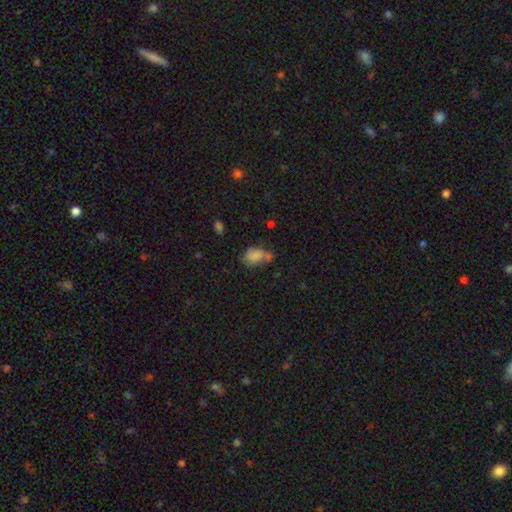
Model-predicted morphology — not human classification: Smooth or featured? Predicted: smooth (p=0.79). How rounded? Predicted: in between (p=0.79). Merging? Predicted: none (p=0.42).